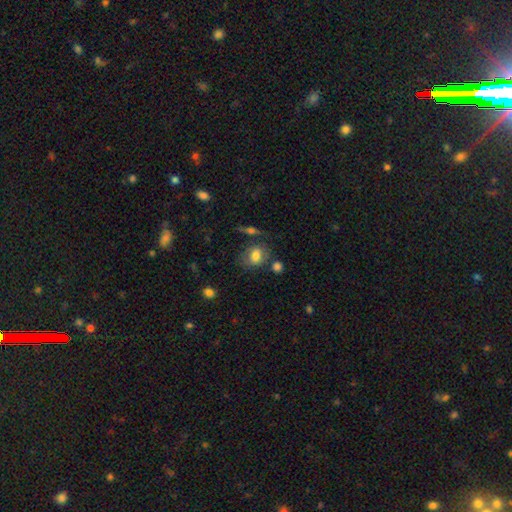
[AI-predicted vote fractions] This is likely a smooth galaxy (73%). How rounded: possibly in between (58%). Merging: possibly none (59%).